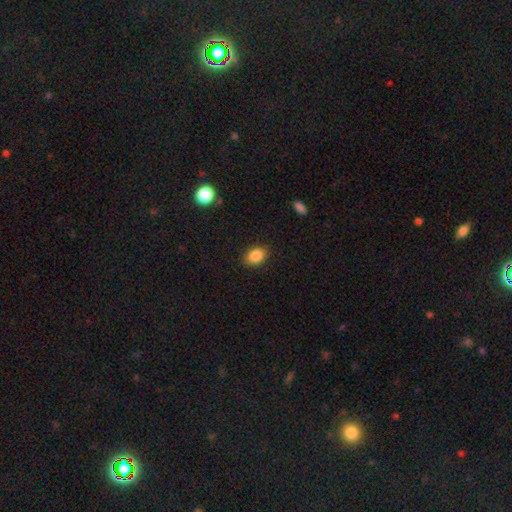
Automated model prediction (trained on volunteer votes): The model was most divided on "how rounded": in between: 77%, round: 22%, cigar-shaped: 1%. More confident: merging — none (87%); smooth or featured — smooth (86%).